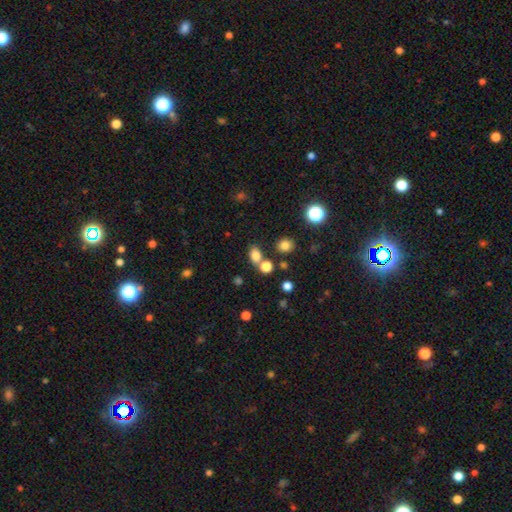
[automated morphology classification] Smooth or featured?
  - smooth: 78% *
  - star or artifact: 15%
  - featured or disk: 6%
How rounded?
  - in between: 66% *
  - round: 33%
  - cigar-shaped: 2%
Merging?
  - none: 64% *
  - merger: 21%
  - minor disturbance: 11%
  - major disturbance: 4%